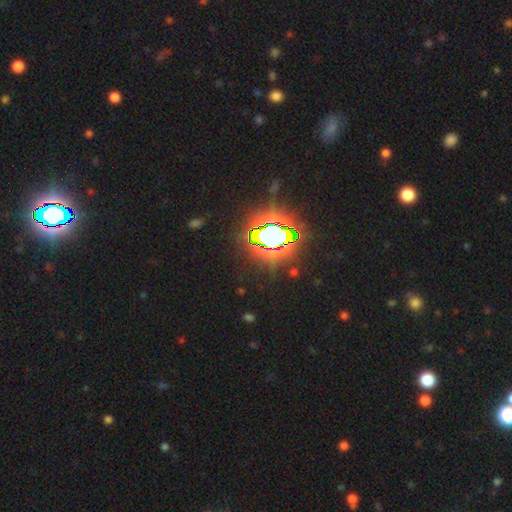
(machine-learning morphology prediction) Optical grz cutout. It shows a star or artifact, not a galaxy (82%).